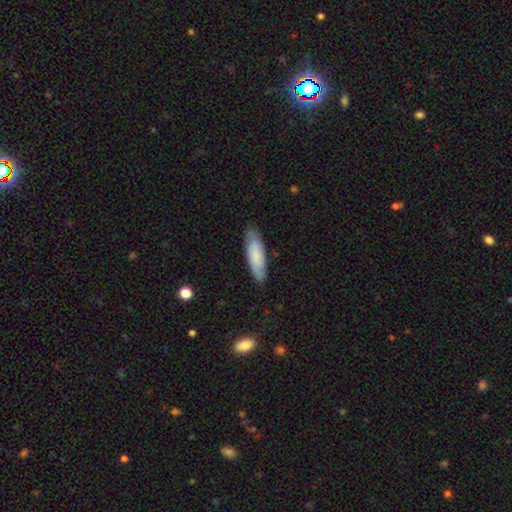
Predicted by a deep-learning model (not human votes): smooth-or-featured: smooth: 75% | featured or disk: 19% | star or artifact: 6%
  how-rounded: cigar-shaped: 55% | in between: 44% | round: 1%
  merging: none: 82% | minor disturbance: 14% | major disturbance: 3% | merger: 1%